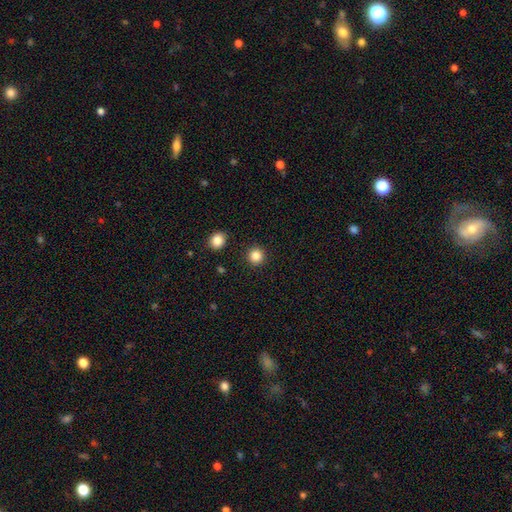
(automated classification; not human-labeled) A smooth galaxy with no disk features (85%) that is round (95%). Merging: none (92%).